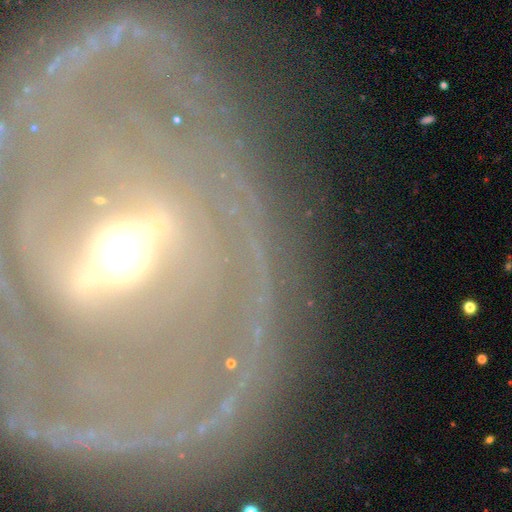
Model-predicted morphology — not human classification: Smooth or featured?
  - featured or disk: 69% *
  - star or artifact: 18%
  - smooth: 13%
Edge-on disk?
  - no: 65% *
  - yes: 35%
Merging?
  - none: 74% *
  - minor disturbance: 11%
  - major disturbance: 10%
  - merger: 5%